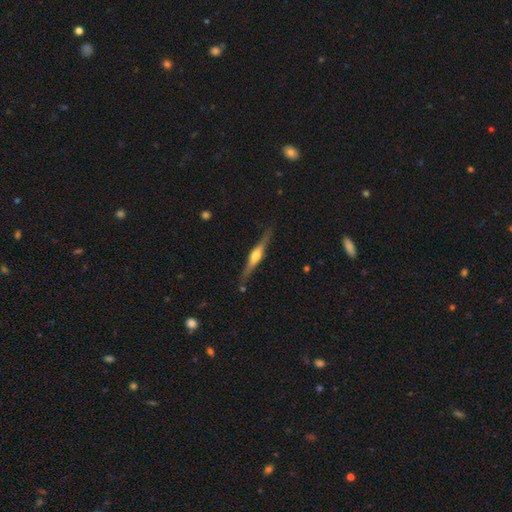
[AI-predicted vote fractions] A featured or disk galaxy (75%) viewed edge-on (97%) with a rounded central bulge (90%).

Vote fractions:
- Smooth or featured? featured or disk: 75% / smooth: 20% / star or artifact: 5%
- Edge-on disk? yes: 97% / no: 3%
- Edge-on bulge? rounded: 90% / boxy: 7% / none: 3%
- Merging? none: 86% / minor disturbance: 10% / major disturbance: 2% / merger: 2%